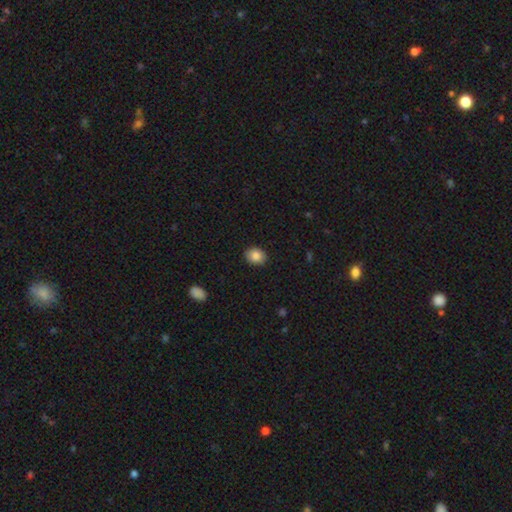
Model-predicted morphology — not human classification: This appears to be a smooth galaxy with no disk features (86%) that is in between round and cigar-shaped (52%). Merging: none (89%).